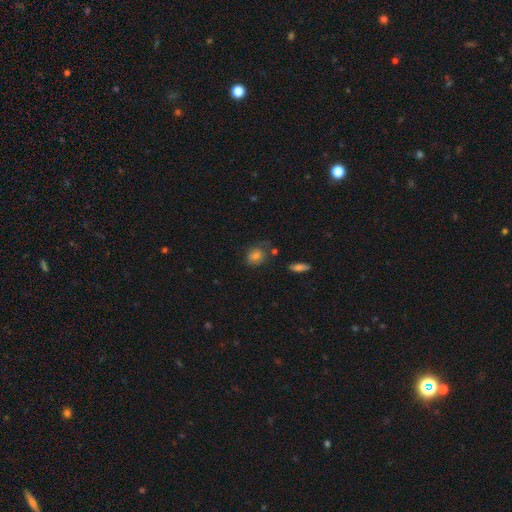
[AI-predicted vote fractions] Q: Smooth or featured?
A: smooth (64%); runner-up: featured or disk (23%)
Q: How rounded?
A: round (63%); runner-up: in between (36%)
Q: Merging?
A: none (60%); runner-up: minor disturbance (24%)